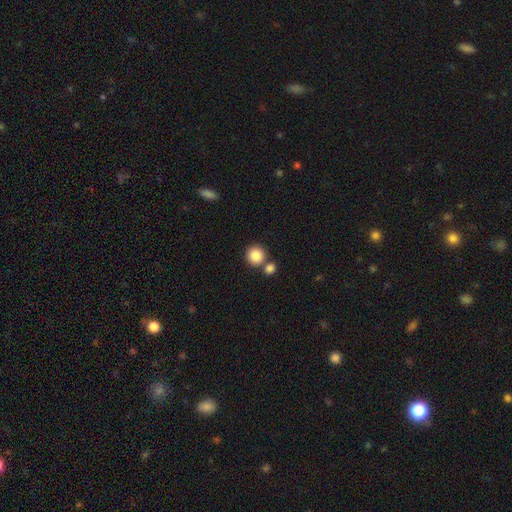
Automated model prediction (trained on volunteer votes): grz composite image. It shows a smooth galaxy with no disk features (87%) that is round (90%). Merging: none (66%).